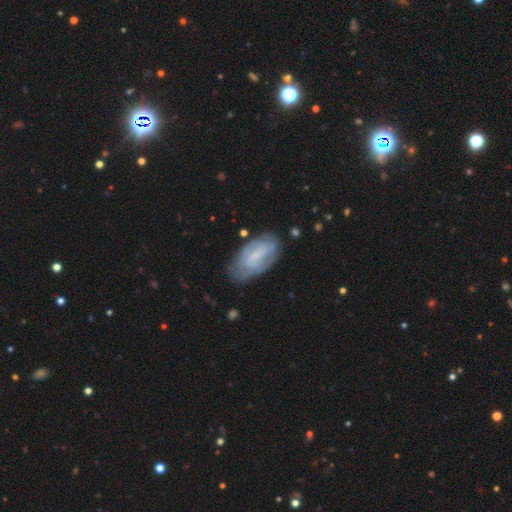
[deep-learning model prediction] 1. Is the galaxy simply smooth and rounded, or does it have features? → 58% featured or disk, 35% smooth, 7% star or artifact.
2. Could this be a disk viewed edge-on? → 94% no, 6% yes.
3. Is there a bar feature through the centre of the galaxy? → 47% weak, 34% no, 19% strong.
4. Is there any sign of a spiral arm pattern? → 74% yes, 26% no.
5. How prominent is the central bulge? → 46% small, 32% none, 17% moderate, 3% large, 1% dominant.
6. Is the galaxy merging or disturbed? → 68% none, 22% minor disturbance, 7% major disturbance, 2% merger.